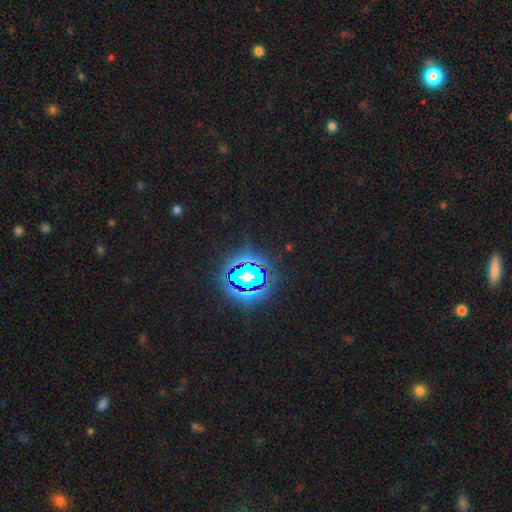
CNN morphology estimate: A star or artifact, not a galaxy (82%).

Vote fractions:
- Smooth or featured? star or artifact: 82% / smooth: 11% / featured or disk: 6%